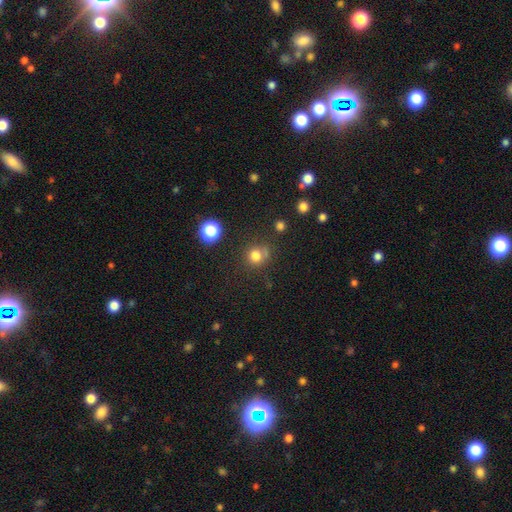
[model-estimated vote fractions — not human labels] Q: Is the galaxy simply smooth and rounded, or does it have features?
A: smooth — 76%.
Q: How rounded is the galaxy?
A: round — 86%.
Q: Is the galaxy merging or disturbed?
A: none — 68%.